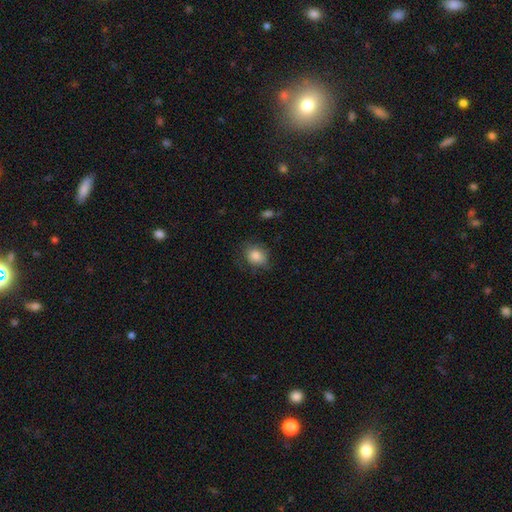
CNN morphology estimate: smooth-or-featured: smooth: 82% | featured or disk: 9% | star or artifact: 8%
  how-rounded: round: 55% | in between: 44% | cigar-shaped: 1%
  merging: none: 67% | minor disturbance: 24% | major disturbance: 8% | merger: 1%